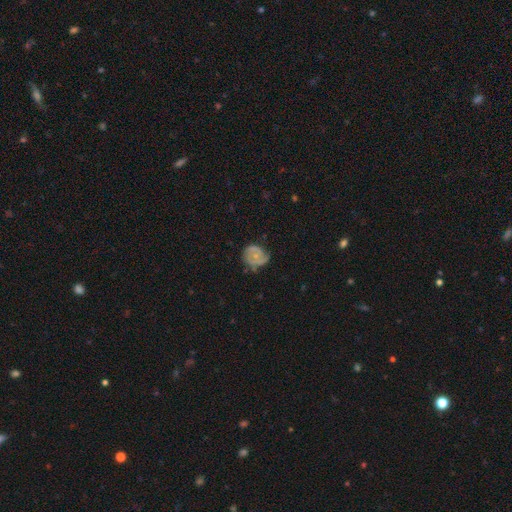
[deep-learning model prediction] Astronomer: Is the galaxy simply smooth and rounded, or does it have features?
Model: featured or disk — 64%.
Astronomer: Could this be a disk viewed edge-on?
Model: no — 98%.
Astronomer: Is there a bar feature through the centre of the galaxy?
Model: no — 72%.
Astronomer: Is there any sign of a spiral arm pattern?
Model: yes — 82%.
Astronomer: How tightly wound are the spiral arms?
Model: tight — 51% (runner-up: medium, 36%).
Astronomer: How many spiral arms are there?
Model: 2 — 49%.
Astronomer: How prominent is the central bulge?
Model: small — 66%.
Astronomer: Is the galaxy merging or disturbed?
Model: none — 56%.